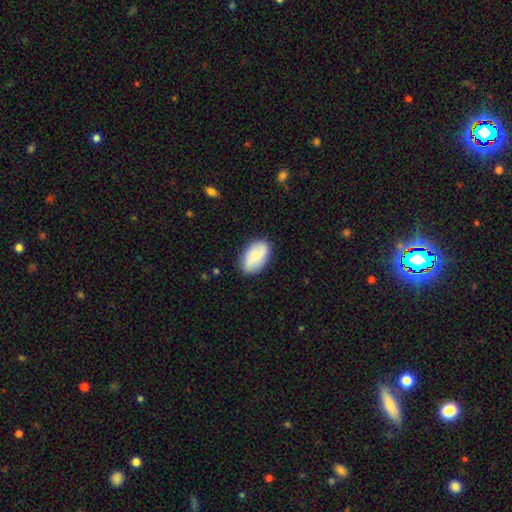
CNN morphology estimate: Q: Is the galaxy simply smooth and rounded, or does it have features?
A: smooth — 70%.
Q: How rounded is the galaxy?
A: in between — 92%.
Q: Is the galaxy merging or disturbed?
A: none — 83%.